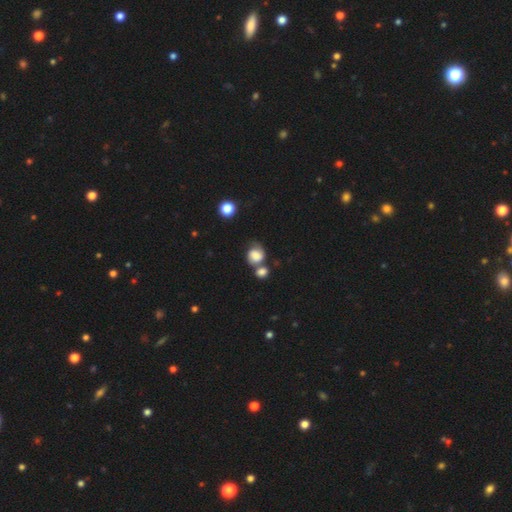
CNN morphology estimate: A smooth galaxy with no disk features (68%) that is round (67%).

Vote fractions:
- Smooth or featured? smooth: 68% / featured or disk: 23% / star or artifact: 9%
- How rounded? round: 67% / in between: 32% / cigar-shaped: 1%
- Merging? merger: 37% / none: 34% / minor disturbance: 17% / major disturbance: 12%